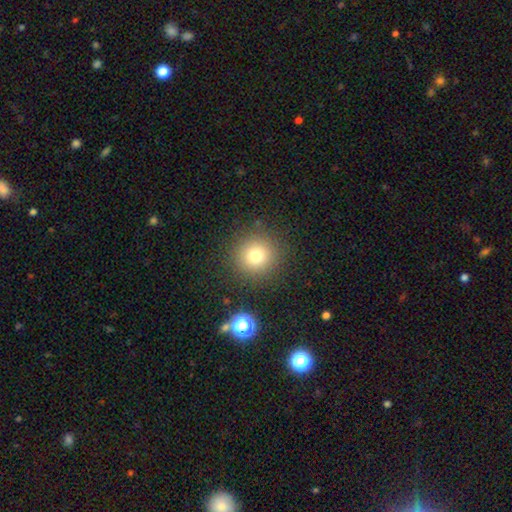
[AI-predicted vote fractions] Smooth or featured? smooth (76%)
How rounded? round (94%)
Merging? none (88%)